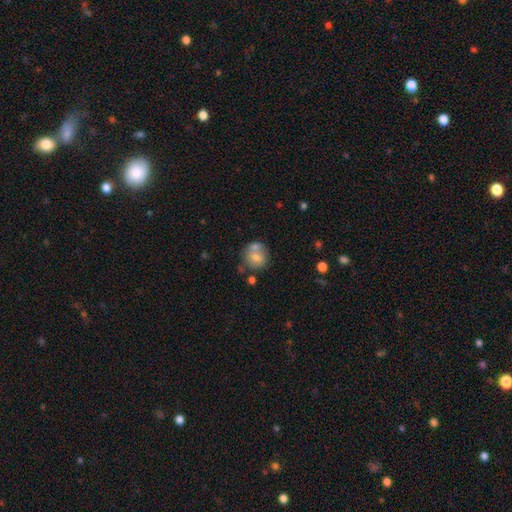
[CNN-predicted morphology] Smooth or featured? smooth (70%)
How rounded? round (83%)
Merging? none (48%)